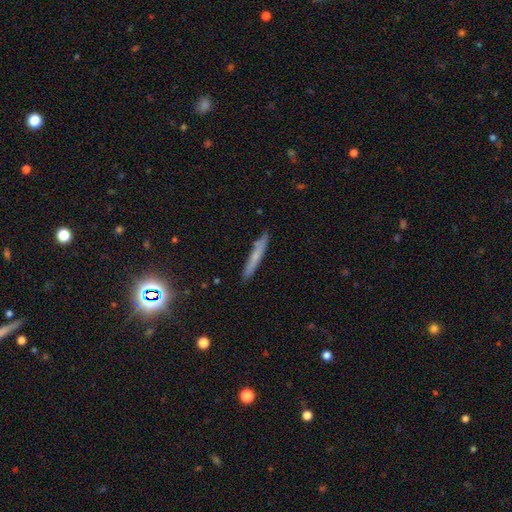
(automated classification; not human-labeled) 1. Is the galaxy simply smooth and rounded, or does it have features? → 58% smooth, 32% featured or disk, 10% star or artifact.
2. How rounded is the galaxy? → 95% cigar-shaped, 4% in between, 2% round.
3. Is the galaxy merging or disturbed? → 88% none, 9% minor disturbance, 2% major disturbance, 1% merger.